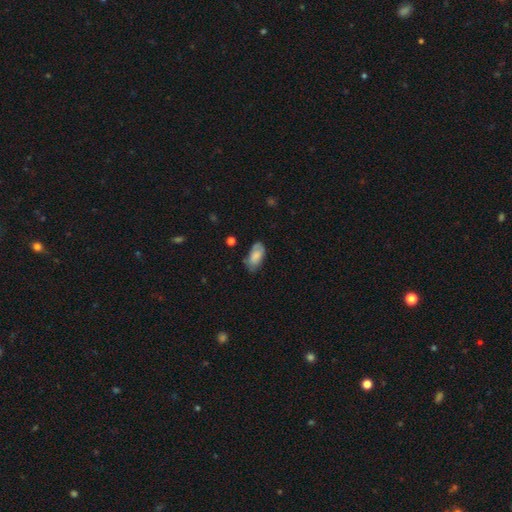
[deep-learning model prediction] smooth_or_featured: smooth (p=0.77) [alt: featured or disk p=0.16]
how_rounded: in between (p=0.92) [alt: cigar-shaped p=0.05]
merging: none (p=0.61) [alt: minor disturbance p=0.30]